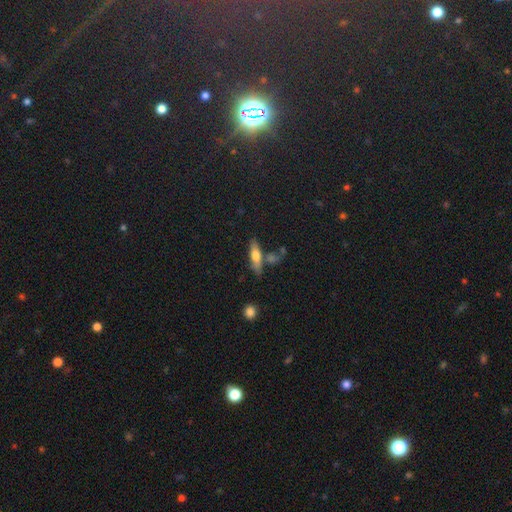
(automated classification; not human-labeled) This is possibly a smooth galaxy (58%). How rounded: possibly cigar-shaped (55%). Merging: likely none (61%).